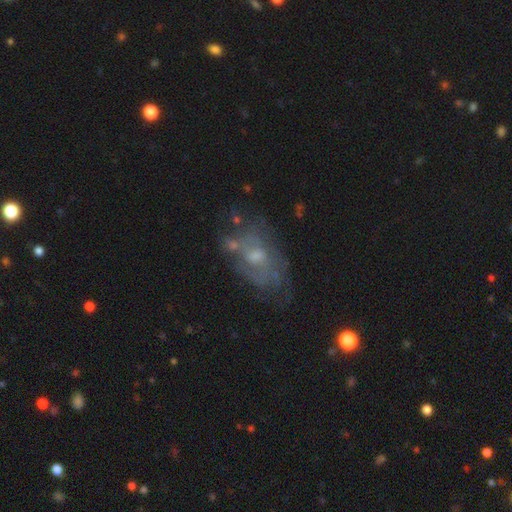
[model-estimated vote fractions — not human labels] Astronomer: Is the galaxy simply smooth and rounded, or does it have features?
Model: featured or disk — 58%.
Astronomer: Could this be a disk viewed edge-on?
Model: no — 94%.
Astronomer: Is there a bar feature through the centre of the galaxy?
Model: no — 78%.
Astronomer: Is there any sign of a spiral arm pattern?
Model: no — 58% (runner-up: yes, 42%).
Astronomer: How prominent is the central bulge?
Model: moderate — 47% (runner-up: small, 42%).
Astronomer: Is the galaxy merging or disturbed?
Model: none — 59%.